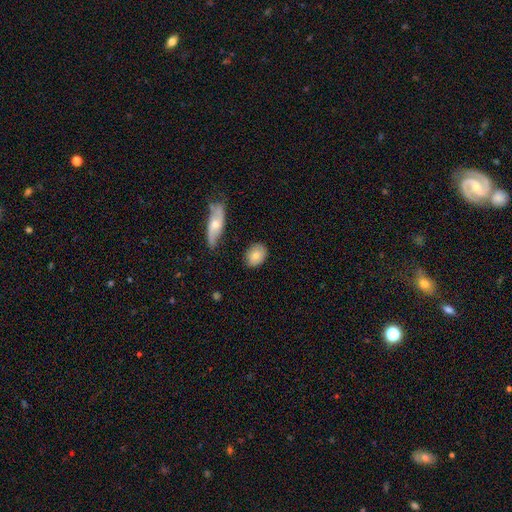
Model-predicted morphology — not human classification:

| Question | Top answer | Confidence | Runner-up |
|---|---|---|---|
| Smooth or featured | smooth | 77% | featured or disk (16%) |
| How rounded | in between | 64% | round (34%) |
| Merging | none | 78% | minor disturbance (15%) |